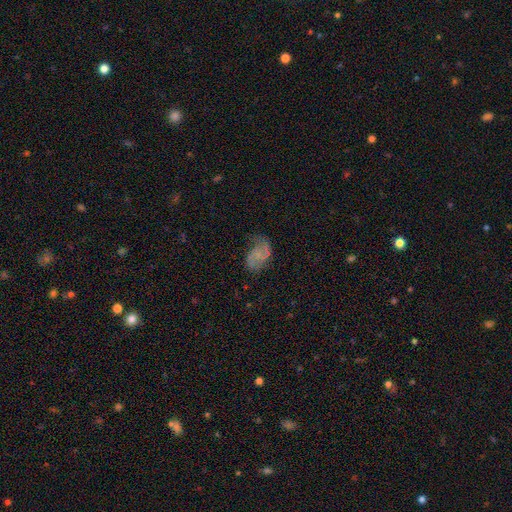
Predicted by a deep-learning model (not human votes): Smooth or featured: featured or disk — 54% (smooth — 35%)
Edge-on disk: no — 98% (yes — 2%)
Bar: no — 71% (weak — 24%)
Spiral arms: yes — 75% (no — 25%)
Bulge size: none — 53% (small — 35%)
Merging: none — 43% (minor disturbance — 29%)